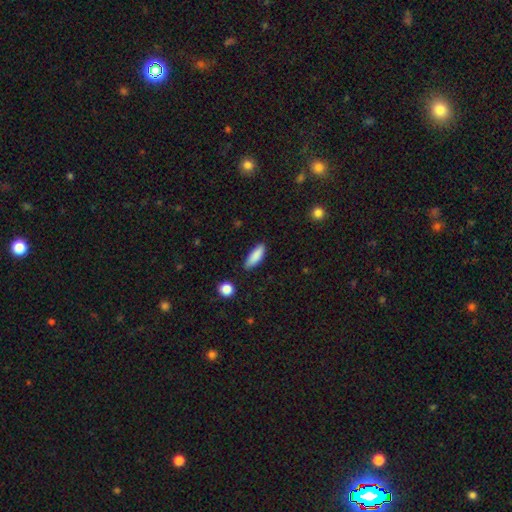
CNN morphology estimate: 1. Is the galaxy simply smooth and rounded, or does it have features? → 87% smooth, 7% star or artifact, 6% featured or disk.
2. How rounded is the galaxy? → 59% in between, 39% cigar-shaped, 2% round.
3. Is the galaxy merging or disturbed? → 83% none, 13% minor disturbance, 2% major disturbance, 2% merger.